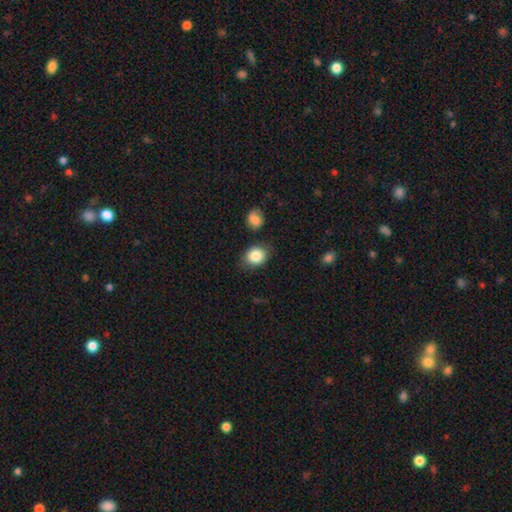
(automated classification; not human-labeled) smooth-or-featured: smooth: 85% | star or artifact: 9% | featured or disk: 6%
  how-rounded: round: 61% | in between: 38% | cigar-shaped: 1%
  merging: none: 76% | minor disturbance: 15% | merger: 5% | major disturbance: 4%